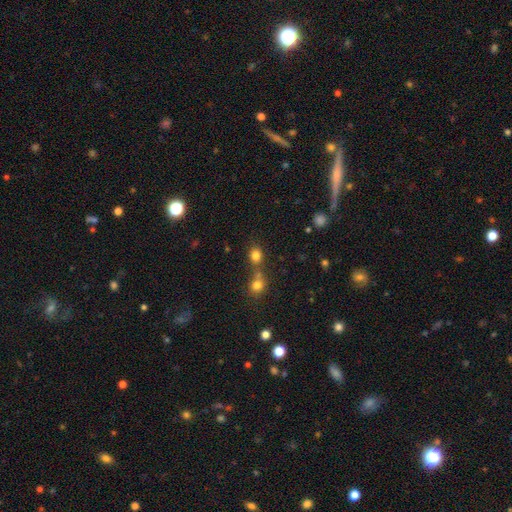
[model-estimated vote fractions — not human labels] Smooth or featured: smooth — 79% (star or artifact — 14%)
How rounded: round — 74% (in between — 25%)
Merging: none — 56% (merger — 31%)